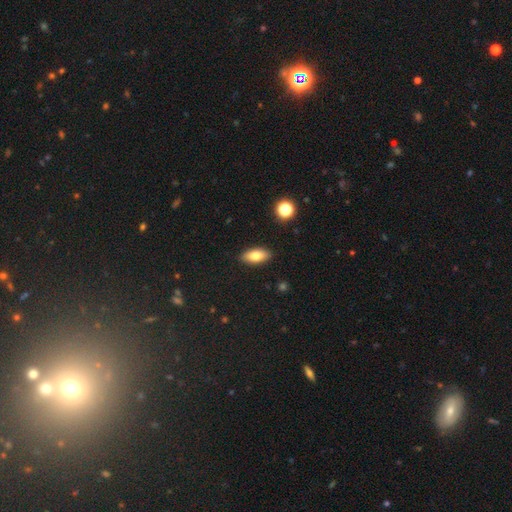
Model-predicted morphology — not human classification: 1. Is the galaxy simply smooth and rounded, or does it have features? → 79% smooth, 13% featured or disk, 8% star or artifact.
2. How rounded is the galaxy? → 85% in between, 12% cigar-shaped, 3% round.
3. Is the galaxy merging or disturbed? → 89% none, 8% minor disturbance, 2% major disturbance, 1% merger.